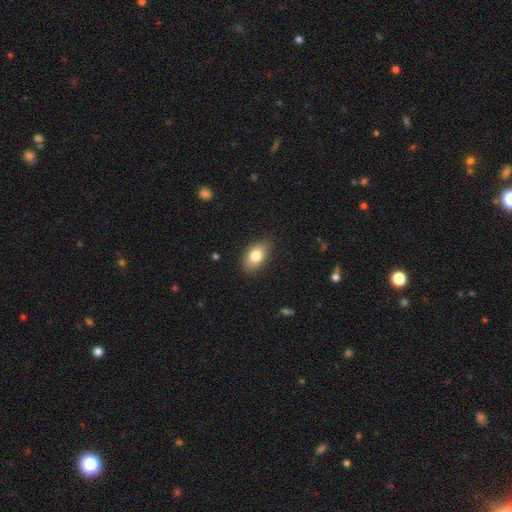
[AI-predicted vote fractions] A smooth galaxy with no disk features (79%) that is in between round and cigar-shaped (87%).

Vote fractions:
- Smooth or featured? smooth: 79% / featured or disk: 13% / star or artifact: 8%
- How rounded? in between: 87% / round: 11% / cigar-shaped: 2%
- Merging? none: 82% / minor disturbance: 14% / major disturbance: 3% / merger: 1%